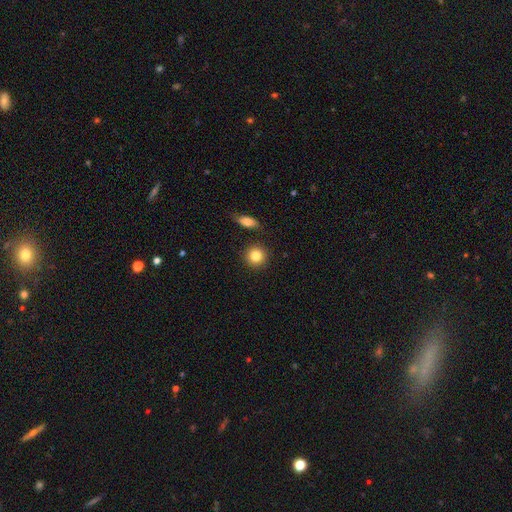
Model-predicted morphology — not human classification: The model was most divided on "smooth or featured": smooth: 83%, star or artifact: 9%, featured or disk: 7%. More confident: how rounded — round (91%); merging — none (87%).